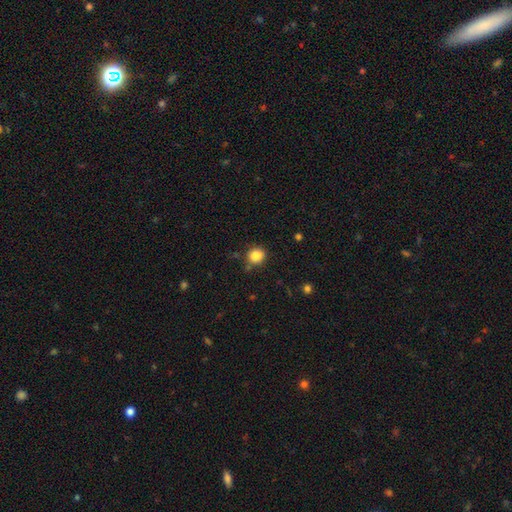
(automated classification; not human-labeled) Smooth or featured: smooth — 86% (star or artifact — 11%)
How rounded: round — 81% (in between — 18%)
Merging: none — 79% (minor disturbance — 13%)